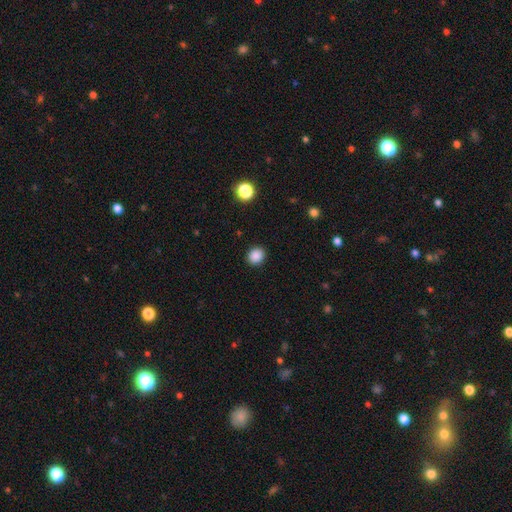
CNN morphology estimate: Smooth or featured? smooth (87%)
How rounded? round (76%)
Merging? none (90%)